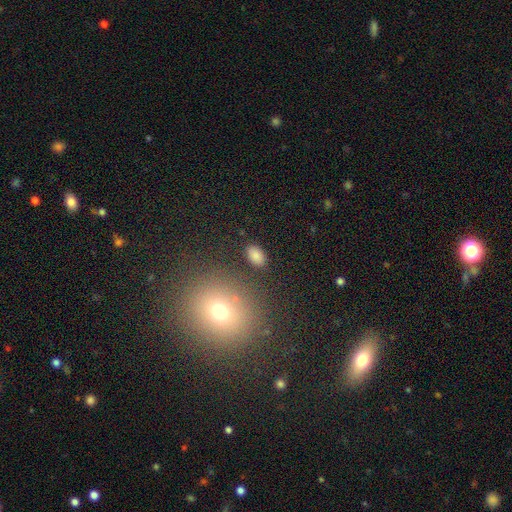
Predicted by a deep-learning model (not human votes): This is clearly a smooth galaxy (84%). How rounded: clearly in between (91%). Merging: clearly none (86%).